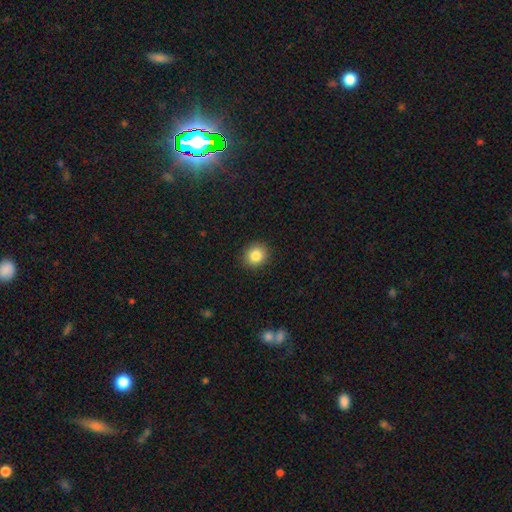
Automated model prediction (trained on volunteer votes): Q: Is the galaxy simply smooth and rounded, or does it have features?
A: smooth — 84%.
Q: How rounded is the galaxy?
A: round — 84%.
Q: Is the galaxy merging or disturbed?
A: none — 91%.